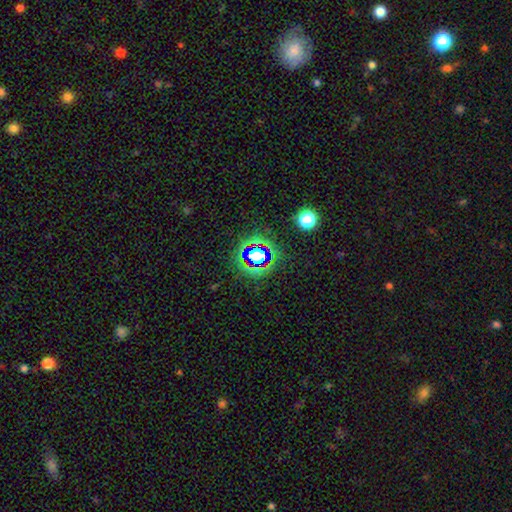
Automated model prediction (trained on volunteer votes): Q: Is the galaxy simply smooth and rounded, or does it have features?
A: star or artifact — 62%.